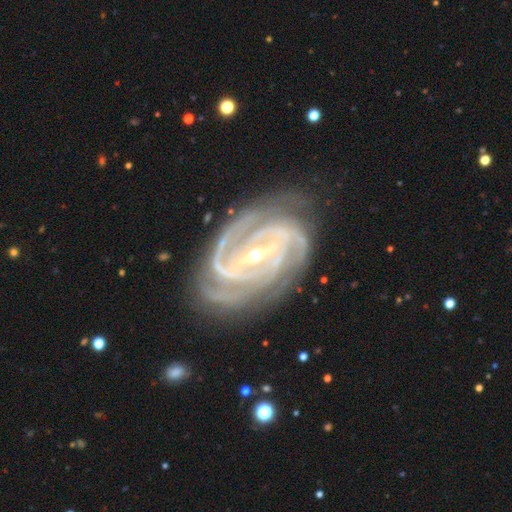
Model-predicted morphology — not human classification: This appears to be a featured or disk galaxy (94%) with a strong bar (59%), 3 (31%) tight (73%) spiral arms (99%) and a small central bulge (76%). Merging: none (78%).